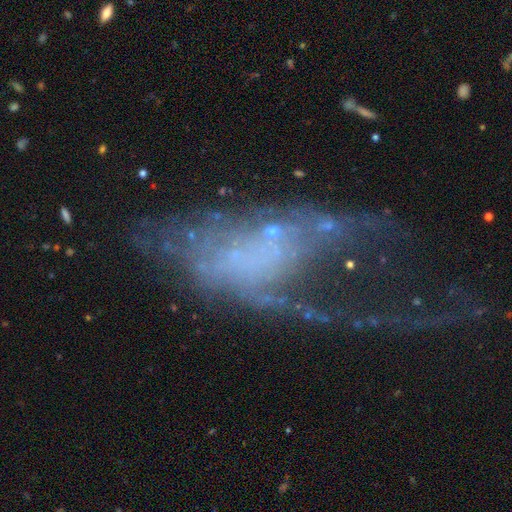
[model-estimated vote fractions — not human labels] This appears to be a featured or disk galaxy (62%) with no bar (84%), no spiral arms (67%) and no central bulge (72%). Merging: major disturbance (62%).